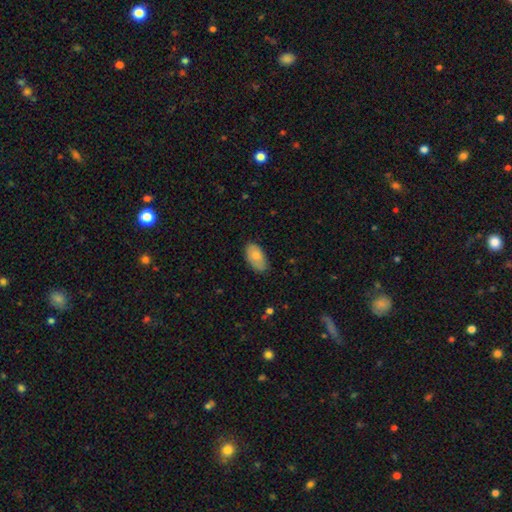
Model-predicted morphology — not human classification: Overall: smooth (80%). How rounded: in between (94%). Merging: none (75%).